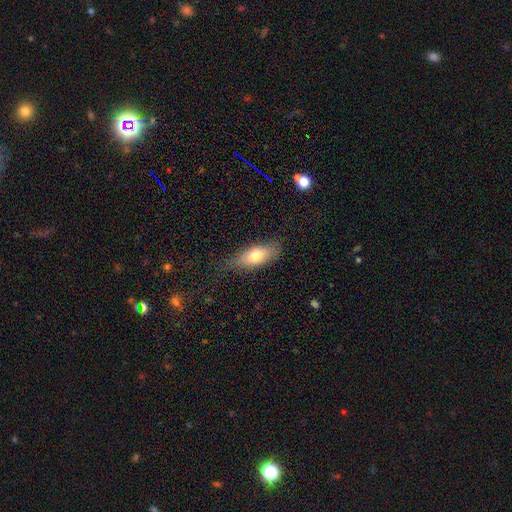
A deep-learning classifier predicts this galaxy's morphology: Smooth or featured: smooth — 74% (featured or disk — 19%)
How rounded: in between — 80% (cigar-shaped — 17%)
Merging: none — 69% (minor disturbance — 23%)